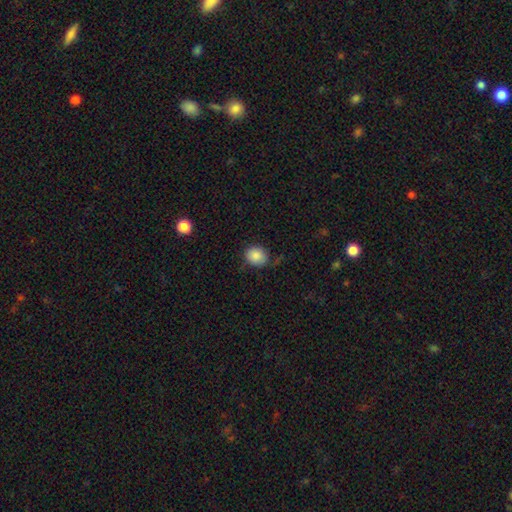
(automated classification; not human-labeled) Morphology: type=smooth (86%); roundness=round (70%); merging=none (74%).